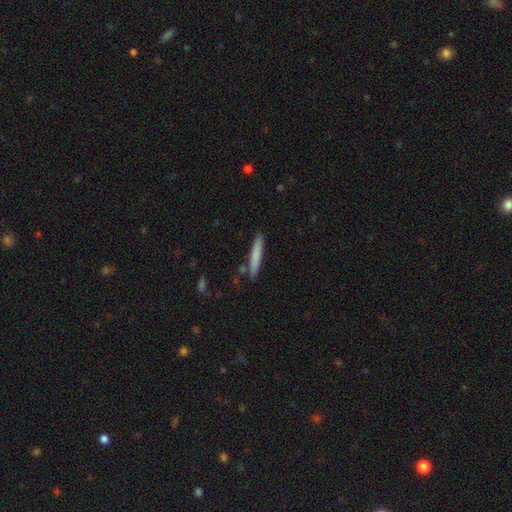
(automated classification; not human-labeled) Q: Smooth or featured?
A: smooth (76%); runner-up: featured or disk (18%)
Q: How rounded?
A: cigar-shaped (94%); runner-up: in between (5%)
Q: Merging?
A: none (83%); runner-up: minor disturbance (11%)